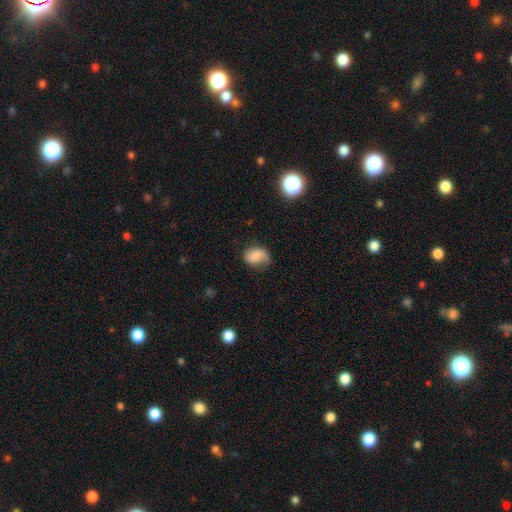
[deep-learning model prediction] Q: Smooth or featured?
A: smooth (62%); runner-up: featured or disk (28%)
Q: How rounded?
A: in between (56%); runner-up: round (43%)
Q: Merging?
A: none (53%); runner-up: minor disturbance (31%)